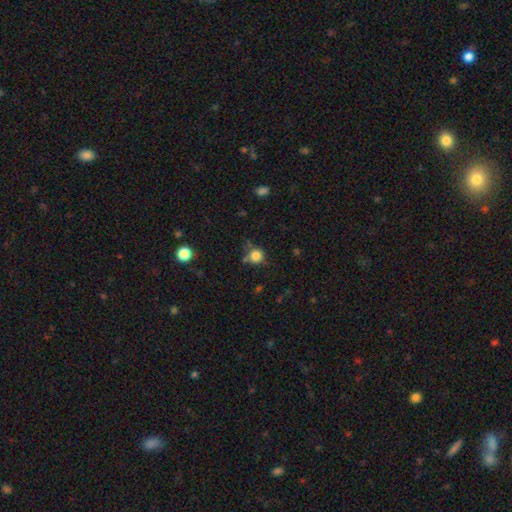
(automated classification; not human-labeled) This is clearly a smooth galaxy (82%). How rounded: clearly round (90%). Merging: likely none (68%).